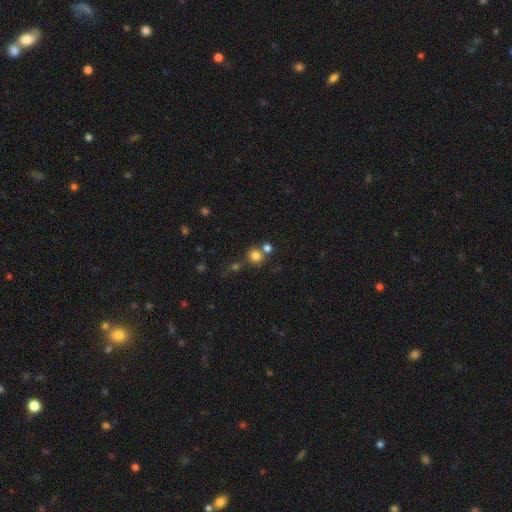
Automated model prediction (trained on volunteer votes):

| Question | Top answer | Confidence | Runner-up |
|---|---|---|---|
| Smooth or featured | smooth | 79% | star or artifact (14%) |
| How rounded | round | 87% | in between (12%) |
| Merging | none | 62% | merger (26%) |